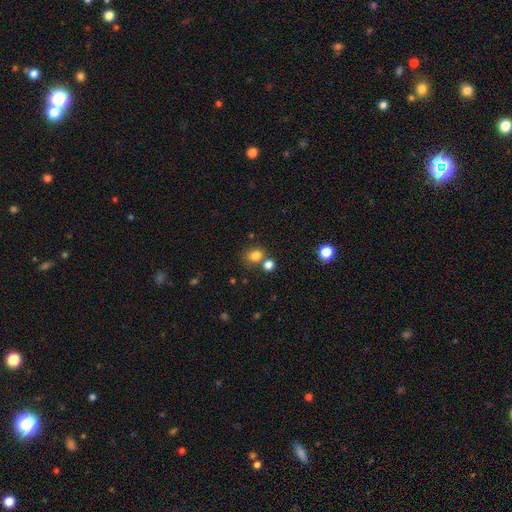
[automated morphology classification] Smooth or featured? Predicted: smooth (p=0.80). How rounded? Predicted: round (p=0.67). Merging? Predicted: none (p=0.63).